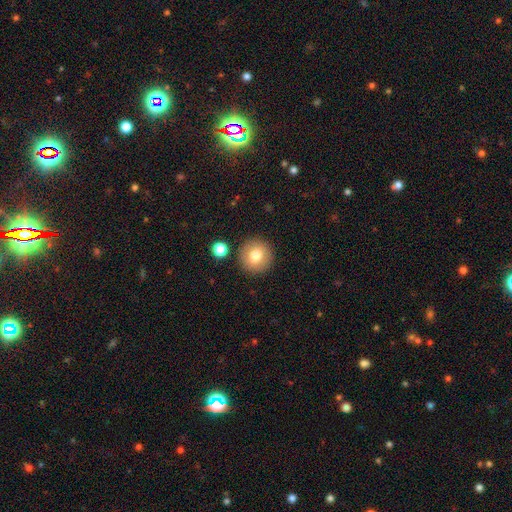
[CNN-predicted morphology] Q: Smooth or featured?
A: smooth (78%); runner-up: featured or disk (13%)
Q: How rounded?
A: round (95%); runner-up: in between (4%)
Q: Merging?
A: none (88%); runner-up: minor disturbance (6%)